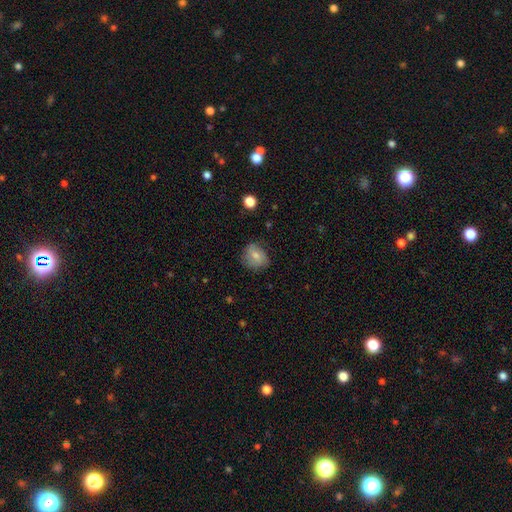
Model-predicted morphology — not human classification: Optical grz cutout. It shows a smooth galaxy with no disk features (74%) that is round (65%). Merging: none (68%).